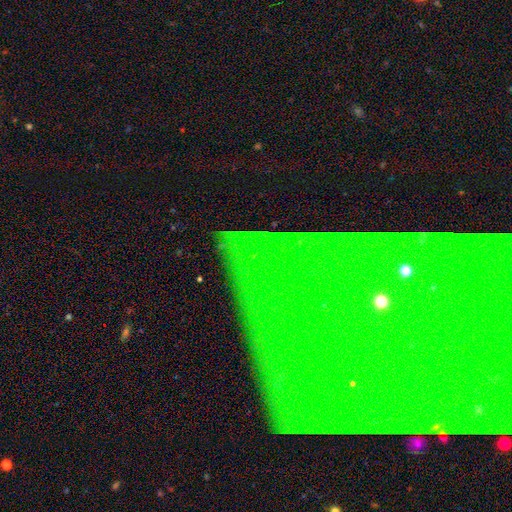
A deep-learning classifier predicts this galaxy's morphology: Smooth or featured? Predicted: star or artifact (p=0.81).